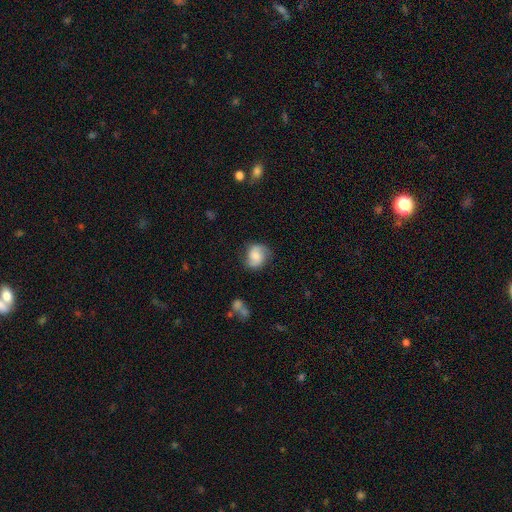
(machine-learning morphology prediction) A smooth galaxy with no disk features (55%) that is round (62%).

Vote fractions:
- Smooth or featured? smooth: 55% / featured or disk: 36% / star or artifact: 8%
- How rounded? round: 62% / in between: 37% / cigar-shaped: 1%
- Merging? none: 68% / minor disturbance: 22% / major disturbance: 8% / merger: 2%